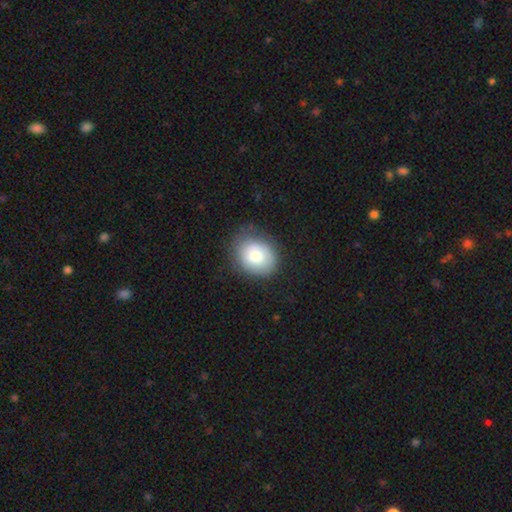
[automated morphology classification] This appears to be a smooth galaxy with no disk features (75%) that is round (61%). Merging: none (70%).